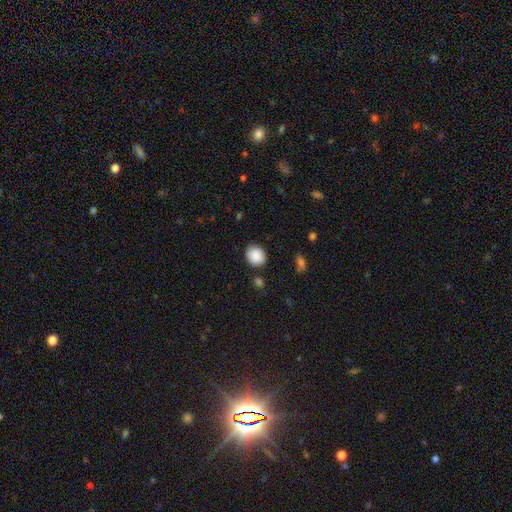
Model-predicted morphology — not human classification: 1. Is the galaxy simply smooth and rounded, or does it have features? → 88% smooth, 8% star or artifact, 4% featured or disk.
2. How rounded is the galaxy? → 73% round, 27% in between, 1% cigar-shaped.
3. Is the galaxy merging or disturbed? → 83% none, 12% minor disturbance, 3% major disturbance, 2% merger.